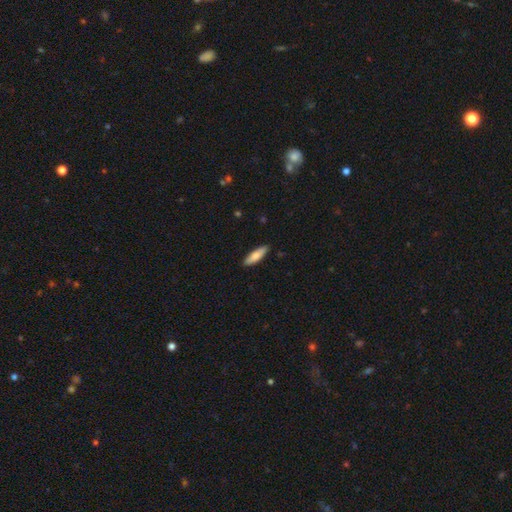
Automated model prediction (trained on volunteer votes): A smooth galaxy with no disk features (80%) that is cigar-shaped (56%). Merging: none (88%).